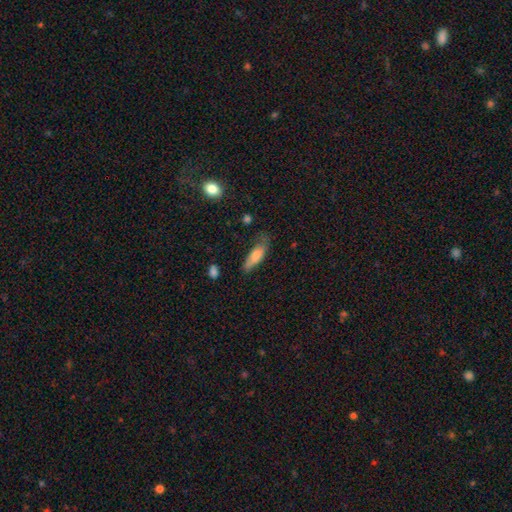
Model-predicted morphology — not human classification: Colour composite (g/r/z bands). It shows a smooth galaxy with no disk features (77%) that is in between round and cigar-shaped (50%). Merging: none (55%).